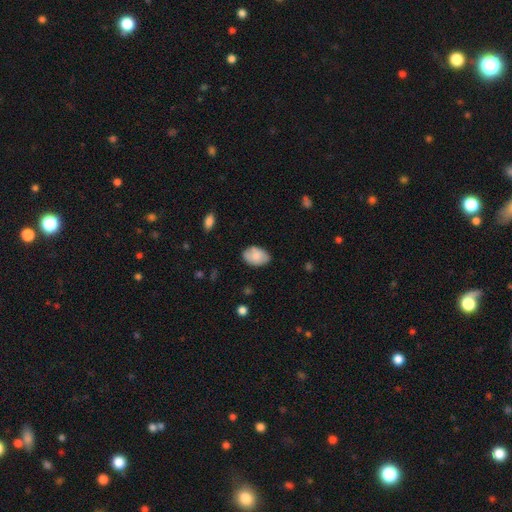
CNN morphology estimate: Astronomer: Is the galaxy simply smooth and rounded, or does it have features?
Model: smooth — 76%.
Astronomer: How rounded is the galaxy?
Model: in between — 87%.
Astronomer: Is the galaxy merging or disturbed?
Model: none — 78%.